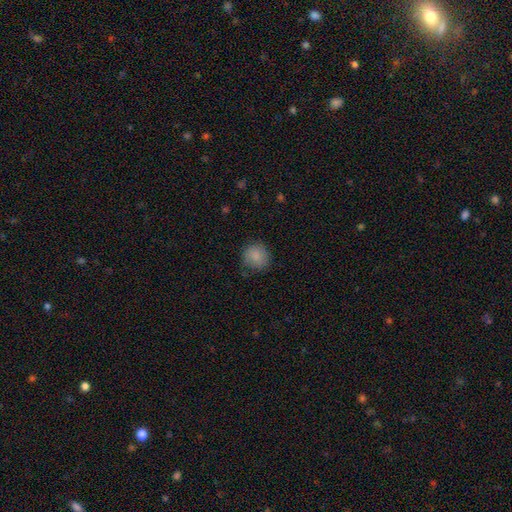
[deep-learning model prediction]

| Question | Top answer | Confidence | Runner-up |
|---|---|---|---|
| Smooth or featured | smooth | 86% | star or artifact (9%) |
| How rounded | round | 87% | in between (12%) |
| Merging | none | 80% | minor disturbance (15%) |